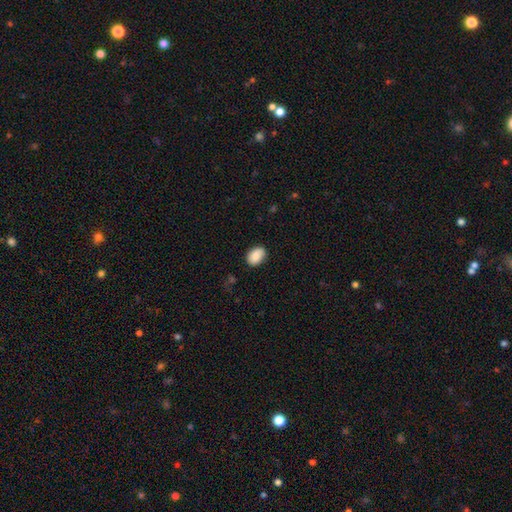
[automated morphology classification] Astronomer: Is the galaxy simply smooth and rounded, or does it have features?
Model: smooth — 89%.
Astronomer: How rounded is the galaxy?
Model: in between — 83%.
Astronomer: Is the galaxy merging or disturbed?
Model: none — 83%.